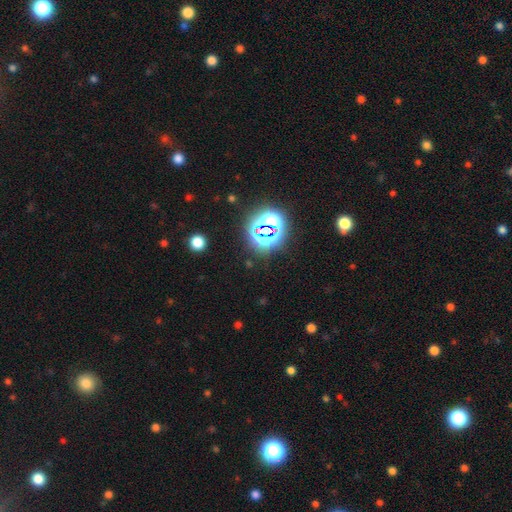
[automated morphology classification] The model was most divided on "smooth or featured": star or artifact: 80%, smooth: 13%, featured or disk: 7%.